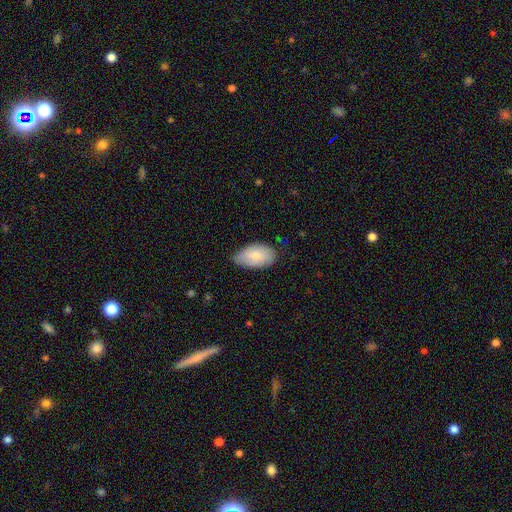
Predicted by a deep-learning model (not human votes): Morphology: type=smooth (78%); roundness=in between (94%); merging=none (63%).